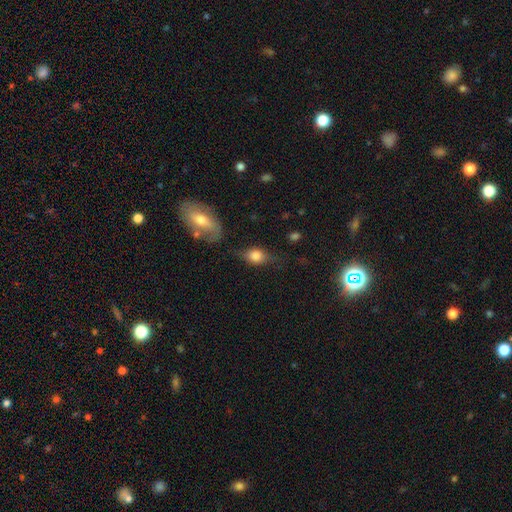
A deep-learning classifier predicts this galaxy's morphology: smooth-or-featured: smooth: 71% | featured or disk: 21% | star or artifact: 9%
  how-rounded: in between: 70% | round: 24% | cigar-shaped: 6%
  merging: none: 59% | minor disturbance: 24% | major disturbance: 11% | merger: 6%